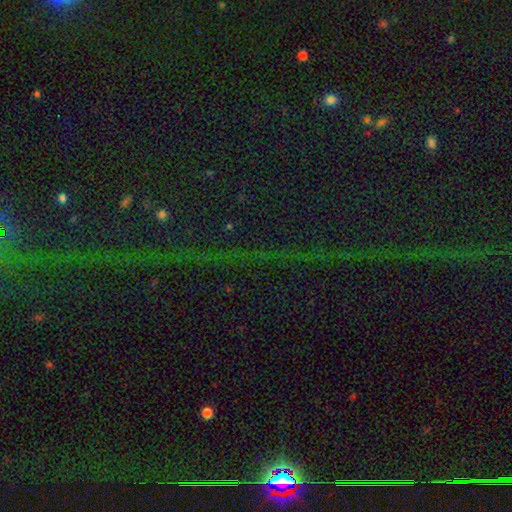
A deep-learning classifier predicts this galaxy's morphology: star or artifact 82%, smooth 10%, featured or disk 9%.